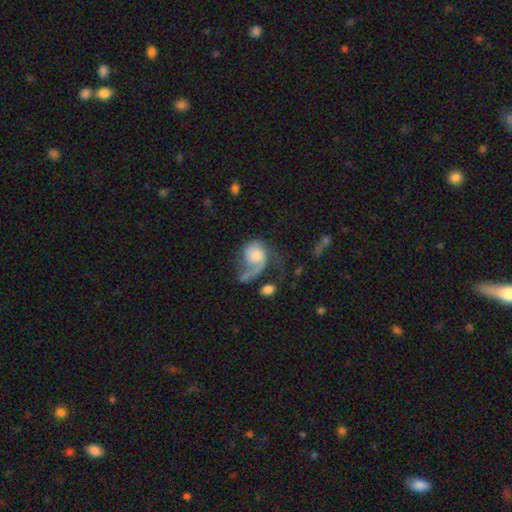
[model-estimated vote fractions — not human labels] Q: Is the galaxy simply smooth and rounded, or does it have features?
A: featured or disk — 68%.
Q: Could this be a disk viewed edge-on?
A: no — 98%.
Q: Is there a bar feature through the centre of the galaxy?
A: no — 72%.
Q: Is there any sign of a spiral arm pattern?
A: yes — 89%.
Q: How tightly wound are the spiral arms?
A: loose — 46%.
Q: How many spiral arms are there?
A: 1 — 62%.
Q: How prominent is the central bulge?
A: moderate — 43%.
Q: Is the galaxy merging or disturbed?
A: major disturbance — 44%.